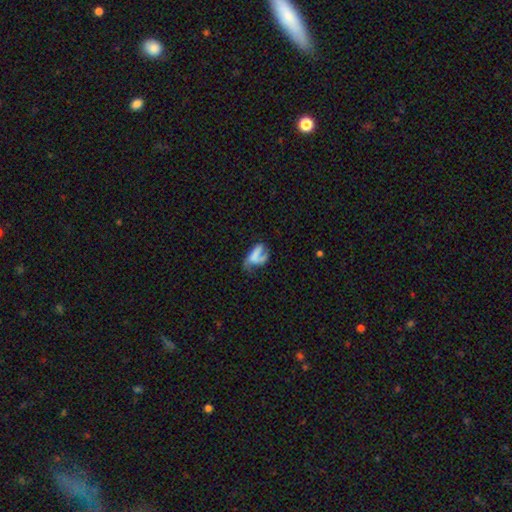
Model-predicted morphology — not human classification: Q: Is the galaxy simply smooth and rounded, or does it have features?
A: smooth — 47%.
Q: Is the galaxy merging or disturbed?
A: major disturbance — 39%.